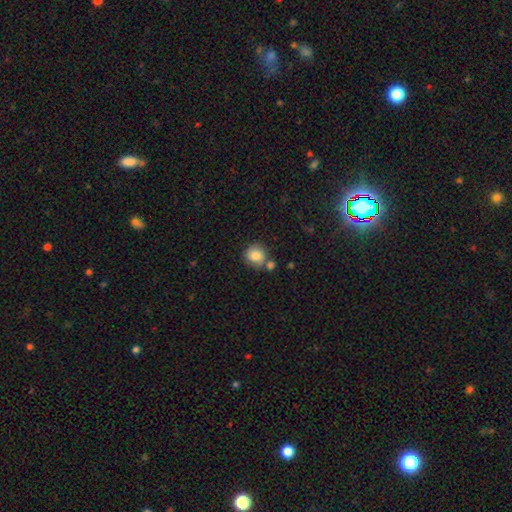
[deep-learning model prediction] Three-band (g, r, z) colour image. It shows a smooth galaxy with no disk features (83%) that is round (84%). Merging: none (62%).